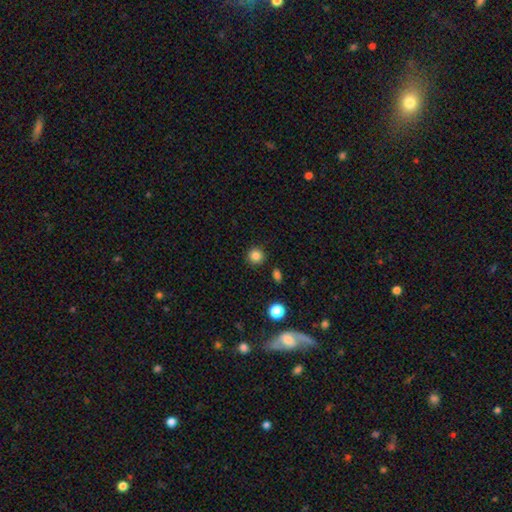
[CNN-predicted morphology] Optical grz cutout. It shows a smooth galaxy with no disk features (84%) that is round (93%). Merging: none (90%).